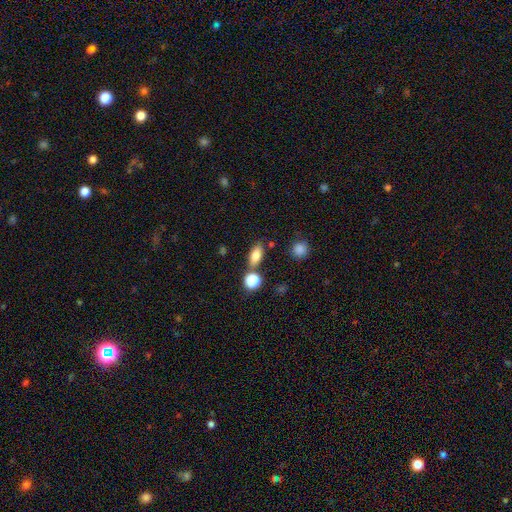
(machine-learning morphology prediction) Smooth or featured?
  - smooth: 79% *
  - star or artifact: 11%
  - featured or disk: 10%
How rounded?
  - in between: 78% *
  - round: 14%
  - cigar-shaped: 8%
Merging?
  - none: 71% *
  - merger: 13%
  - minor disturbance: 12%
  - major disturbance: 4%